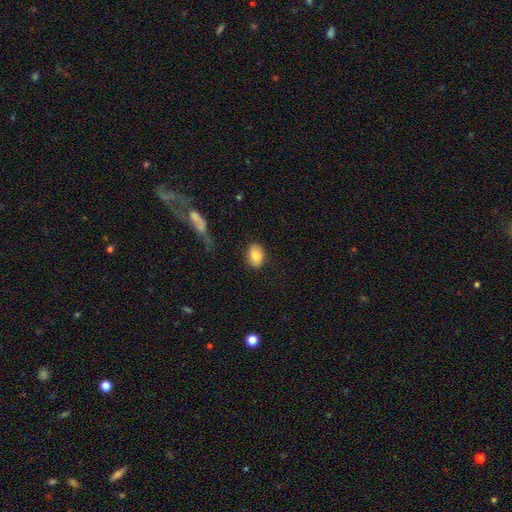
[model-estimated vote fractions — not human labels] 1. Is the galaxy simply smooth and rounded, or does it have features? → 84% smooth, 8% featured or disk, 7% star or artifact.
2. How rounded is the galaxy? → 79% in between, 20% round, 1% cigar-shaped.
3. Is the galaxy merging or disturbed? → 83% none, 11% minor disturbance, 3% major disturbance, 2% merger.